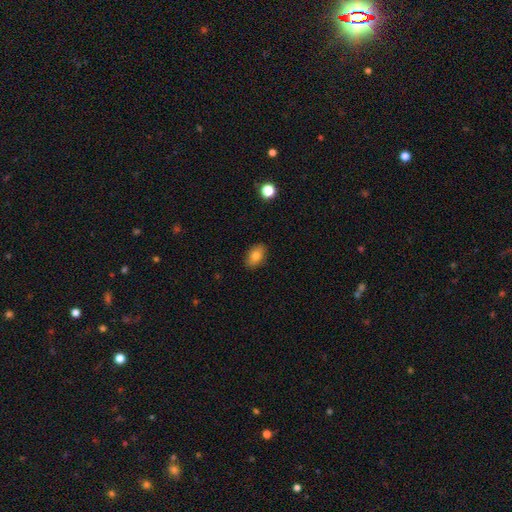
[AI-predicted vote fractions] Smooth or featured? Predicted: smooth (p=0.80). How rounded? Predicted: in between (p=0.87). Merging? Predicted: none (p=0.88).